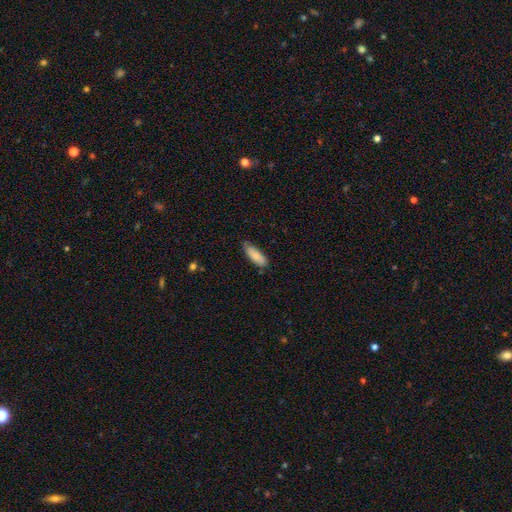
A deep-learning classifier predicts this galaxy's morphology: Smooth or featured? smooth (82%)
How rounded? in between (70%)
Merging? none (74%)